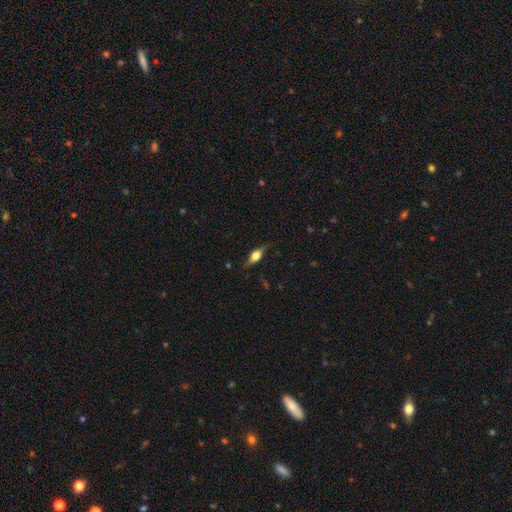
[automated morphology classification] smooth-or-featured: featured or disk: 57% | smooth: 36% | star or artifact: 7%
  disk-edge-on: yes: 91% | no: 9%
    edge-on-bulge: rounded: 91% | boxy: 8% | none: 2%
  merging: none: 77% | minor disturbance: 17% | major disturbance: 5% | merger: 1%